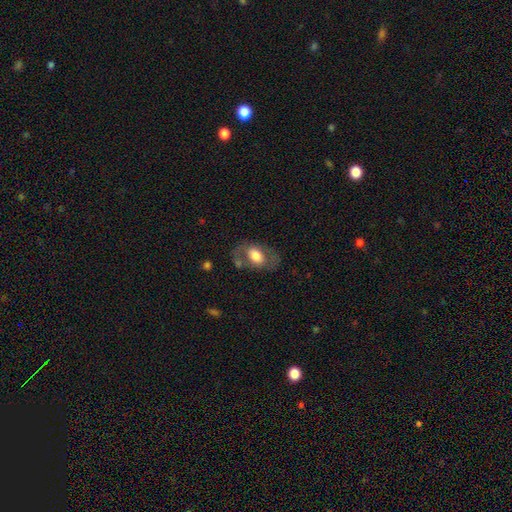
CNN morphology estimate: A smooth galaxy with no disk features (56%) that is in between round and cigar-shaped (83%). Merging: none (60%).